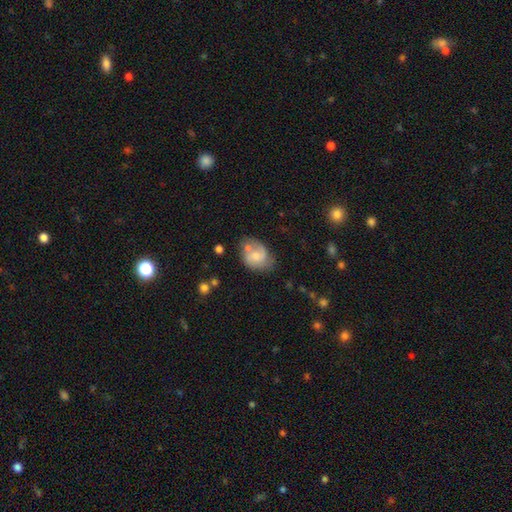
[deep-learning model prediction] Overall: featured or disk (47%; smooth 45%). Merging: none (47%; minor disturbance 26%).